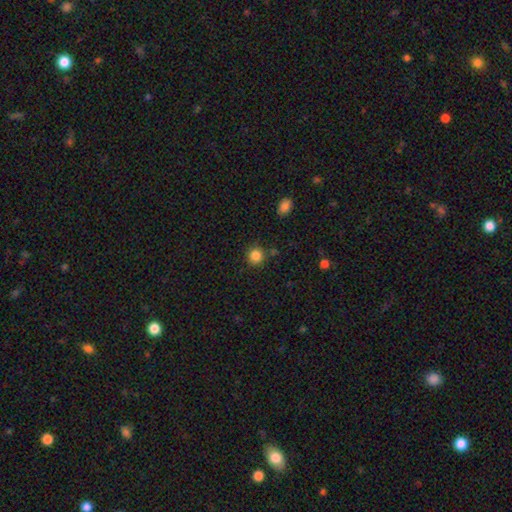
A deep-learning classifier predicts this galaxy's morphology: type=smooth (85%); roundness=round (91%); merging=none (85%).